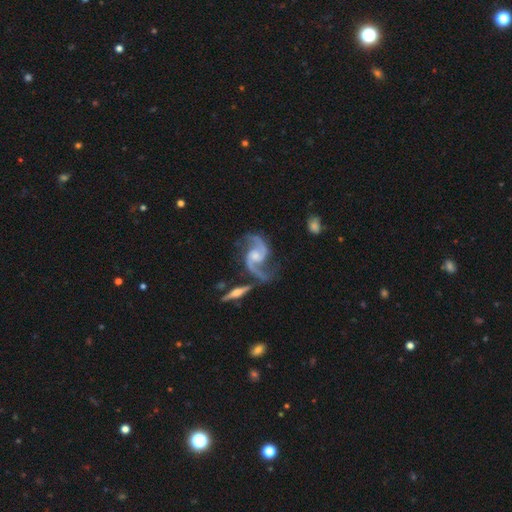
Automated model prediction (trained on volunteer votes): Smooth or featured? Predicted: featured or disk (p=0.93). Edge-on disk? Predicted: no (p=0.97). Bar? Predicted: no (p=0.50). Spiral arms? Predicted: yes (p=0.98). Spiral winding? Predicted: loose (p=0.48). Spiral arm count? Predicted: 2 (p=0.94). Bulge size? Predicted: small (p=0.44). Merging? Predicted: none (p=0.66).